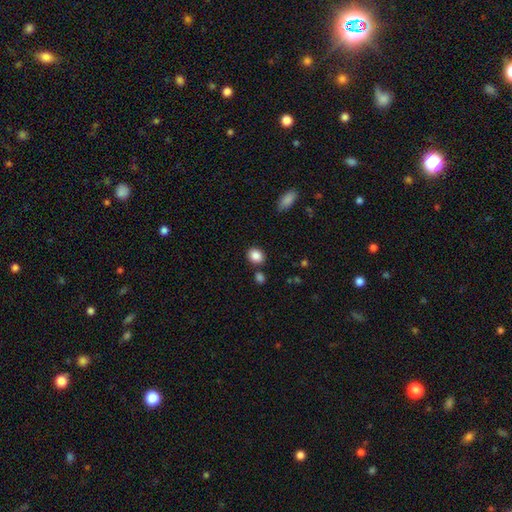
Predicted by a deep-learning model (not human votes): Smooth or featured? Predicted: smooth (p=0.87). How rounded? Predicted: round (p=0.57). Merging? Predicted: none (p=0.79).